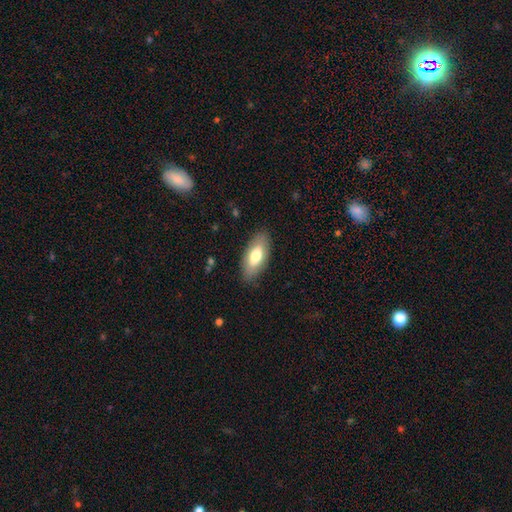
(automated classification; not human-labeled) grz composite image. It shows a smooth galaxy with no disk features (71%) that is in between round and cigar-shaped (86%). Merging: none (85%).